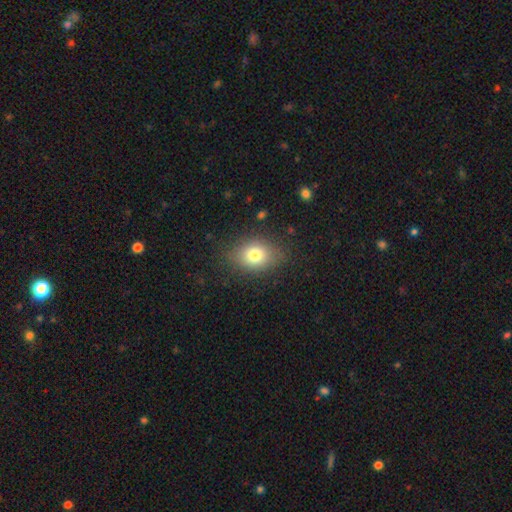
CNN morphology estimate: Q: Smooth or featured?
A: smooth (78%); runner-up: featured or disk (11%)
Q: How rounded?
A: in between (68%); runner-up: round (31%)
Q: Merging?
A: none (82%); runner-up: minor disturbance (13%)